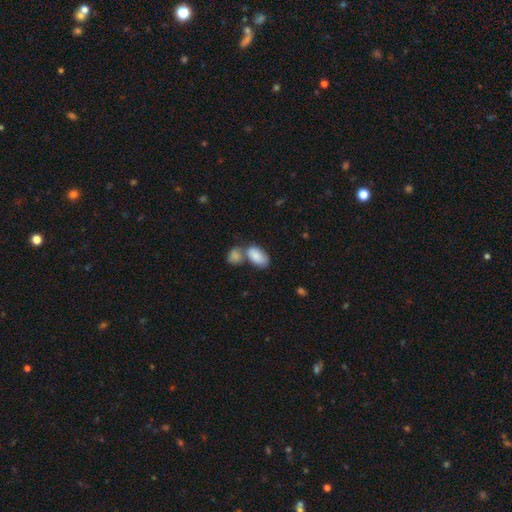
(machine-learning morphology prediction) Smooth or featured? Predicted: smooth (p=0.83). How rounded? Predicted: in between (p=0.94). Merging? Predicted: merger (p=0.53).